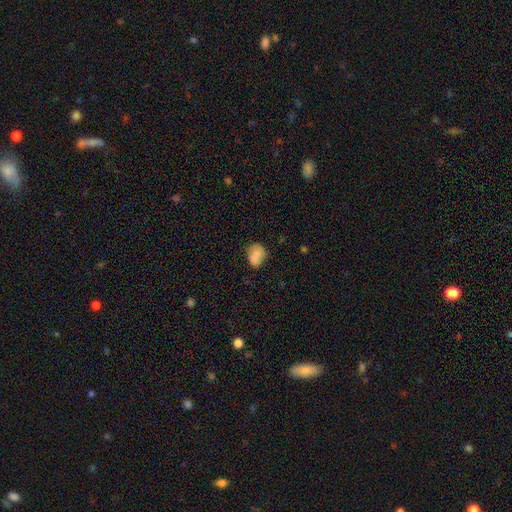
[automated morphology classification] A smooth galaxy with no disk features (73%) that is in between round and cigar-shaped (51%).

Vote fractions:
- Smooth or featured? smooth: 73% / featured or disk: 18% / star or artifact: 9%
- How rounded? in between: 51% / round: 48% / cigar-shaped: 1%
- Merging? none: 41% / merger: 30% / minor disturbance: 21% / major disturbance: 8%